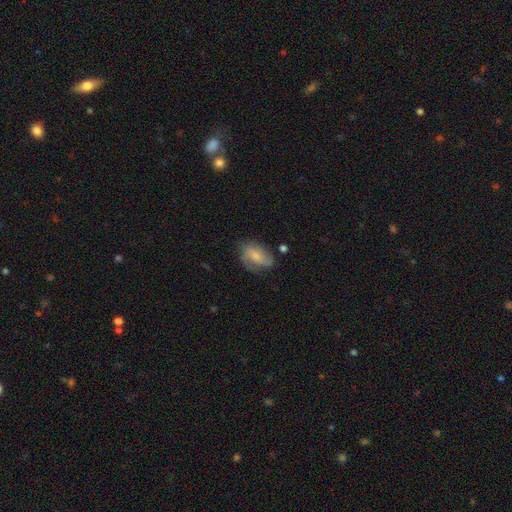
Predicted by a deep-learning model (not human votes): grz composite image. It shows a smooth galaxy with no disk features (48%). Merging: none (58%).